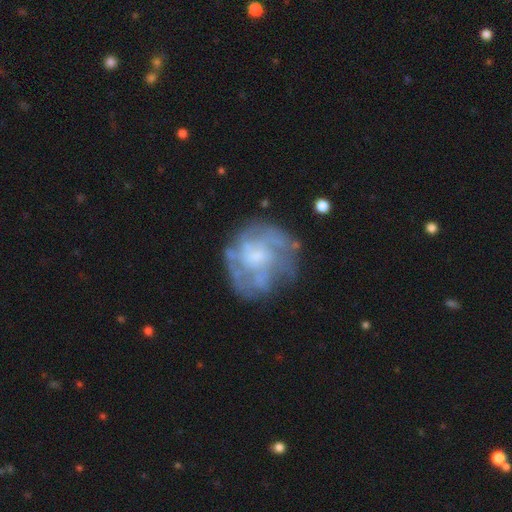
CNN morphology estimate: smooth-or-featured: featured or disk: 70% | smooth: 21% | star or artifact: 9%
  disk-edge-on: no: 98% | yes: 2%
    bar: no: 70% | weak: 26% | strong: 4%
    has-spiral-arms: yes: 60% | no: 40%
    bulge-size: small: 39% | moderate: 33% | none: 21% | large: 5% | dominant: 1%
  merging: none: 63% | minor disturbance: 19% | major disturbance: 15% | merger: 3%